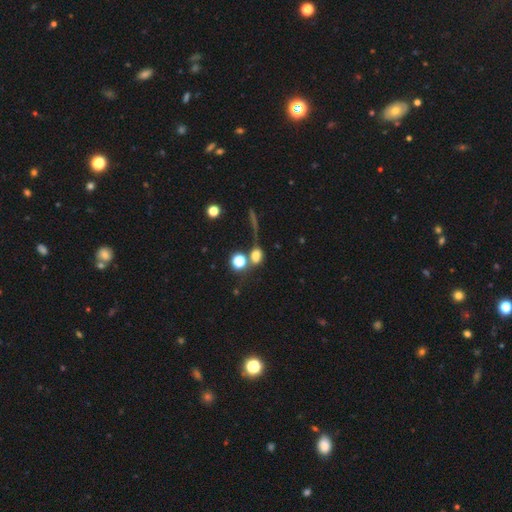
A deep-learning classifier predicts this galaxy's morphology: Overall: smooth (69%). How rounded: in between (48%; round 47%). Merging: none (45%; merger 31%).